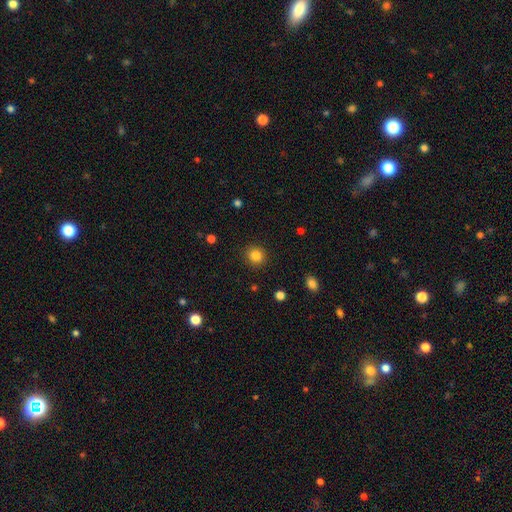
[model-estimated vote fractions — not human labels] smooth 84%, star or artifact 11%, featured or disk 5%. Down the decision tree: how rounded — round (89%); merging — none (91%).